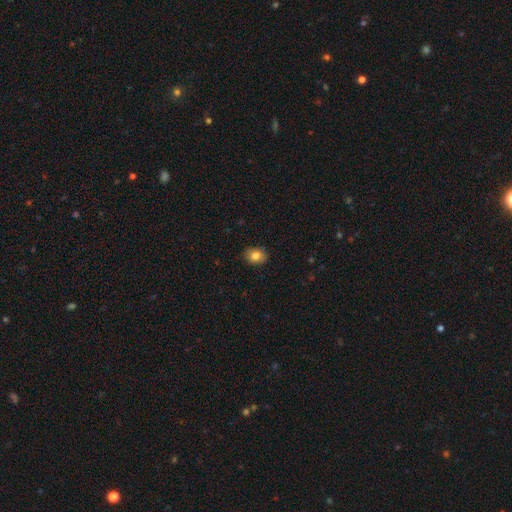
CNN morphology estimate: Smooth or featured? Predicted: smooth (p=0.82). How rounded? Predicted: in between (p=0.61). Merging? Predicted: none (p=0.84).